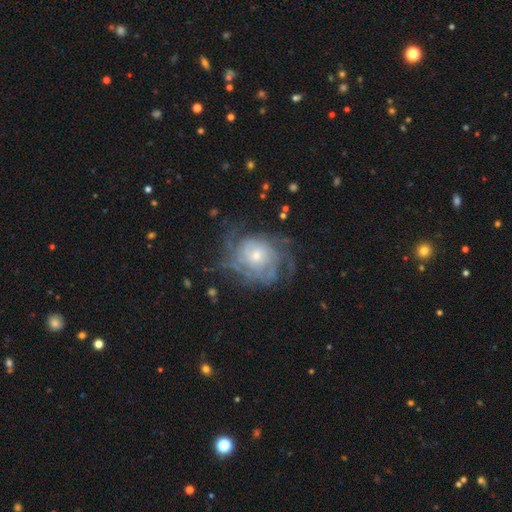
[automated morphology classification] Smooth or featured: featured or disk — 84% (smooth — 9%)
Edge-on disk: no — 97% (yes — 3%)
Bar: no — 77% (weak — 20%)
Spiral arms: yes — 93% (no — 7%)
Spiral winding: tight — 62% (medium — 28%)
Spiral arm count: can't tell — 39% (4 — 18%)
Bulge size: small — 56% (moderate — 37%)
Merging: none — 65% (minor disturbance — 19%)